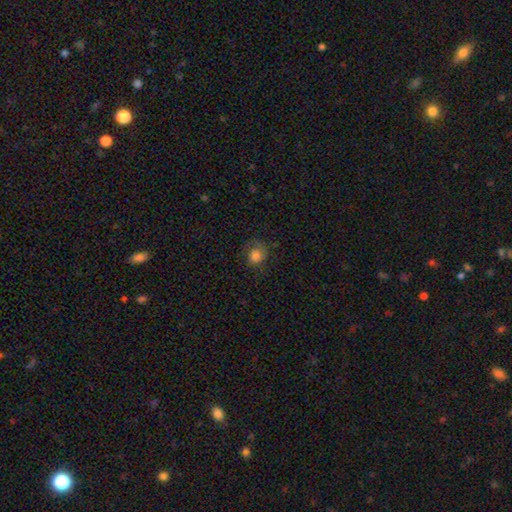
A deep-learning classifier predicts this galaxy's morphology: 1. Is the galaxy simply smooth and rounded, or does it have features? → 81% smooth, 11% star or artifact, 8% featured or disk.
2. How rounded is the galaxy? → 70% round, 29% in between, 1% cigar-shaped.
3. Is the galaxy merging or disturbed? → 63% none, 24% minor disturbance, 12% major disturbance, 1% merger.